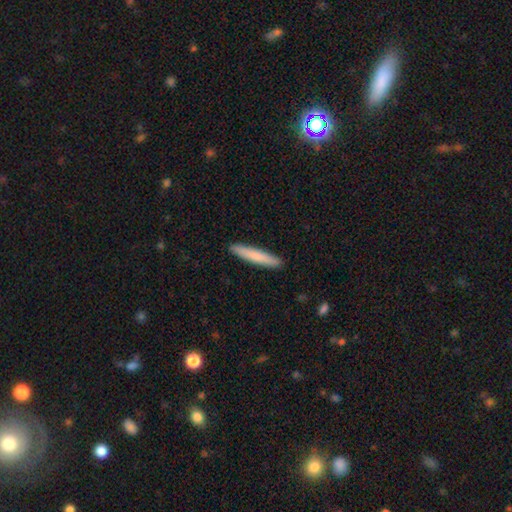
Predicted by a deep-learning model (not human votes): Smooth or featured: smooth — 78% (featured or disk — 17%)
How rounded: cigar-shaped — 94% (in between — 5%)
Merging: none — 92% (minor disturbance — 6%)